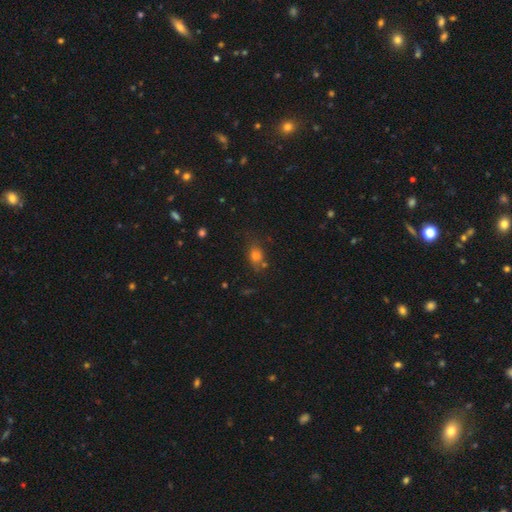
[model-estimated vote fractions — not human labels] A smooth galaxy with no disk features (73%) that is in between round and cigar-shaped (52%). Merging: none (67%).